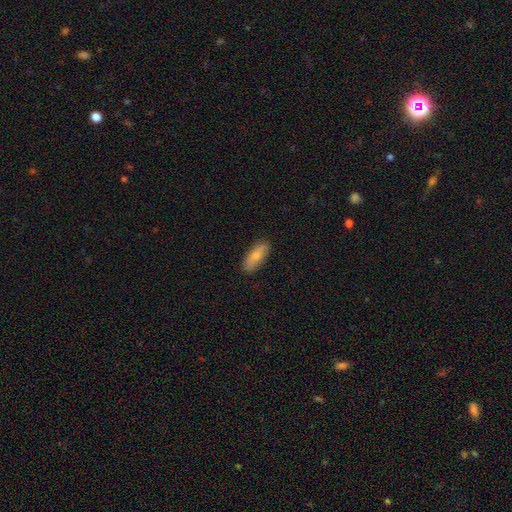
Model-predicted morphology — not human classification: Smooth or featured: smooth — 80% (featured or disk — 14%)
How rounded: in between — 72% (cigar-shaped — 26%)
Merging: none — 87% (minor disturbance — 10%)